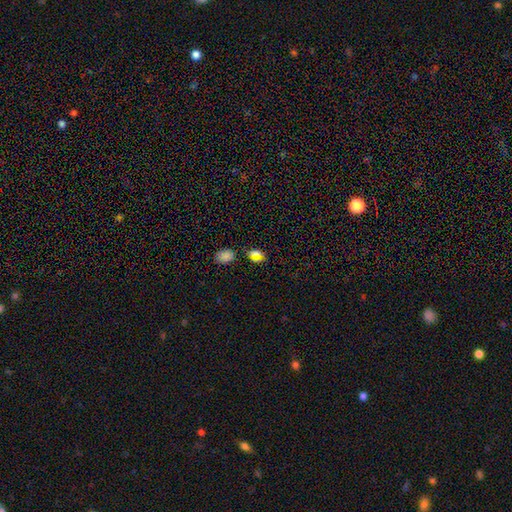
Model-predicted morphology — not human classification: Overall: smooth (67%). How rounded: in between (83%). Merging: none (73%).